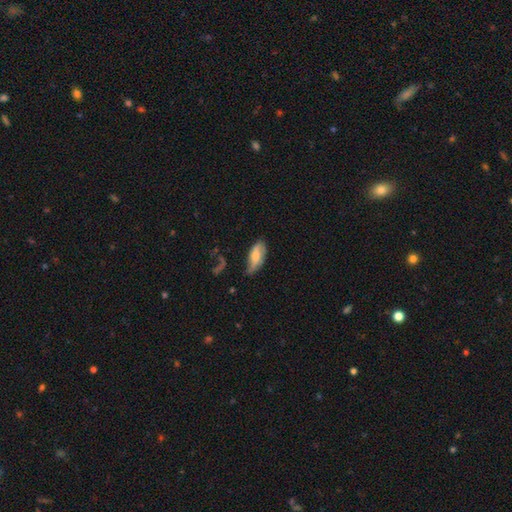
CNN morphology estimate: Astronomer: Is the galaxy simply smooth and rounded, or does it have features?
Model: smooth — 57% (runner-up: featured or disk, 36%).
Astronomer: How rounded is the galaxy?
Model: in between — 83%.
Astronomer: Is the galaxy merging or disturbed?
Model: none — 57%.